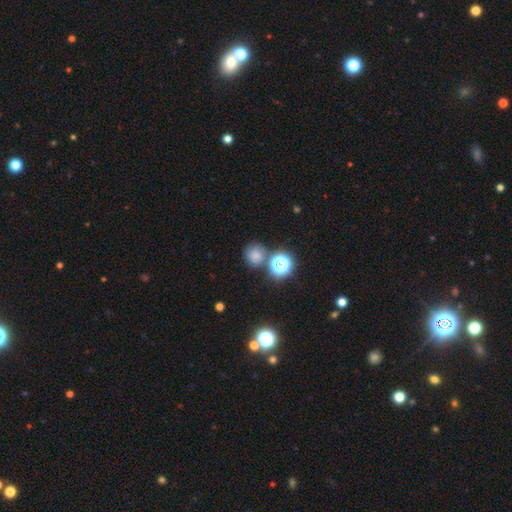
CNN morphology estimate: type=smooth (72%); roundness=round (86%); merging=none (65%).